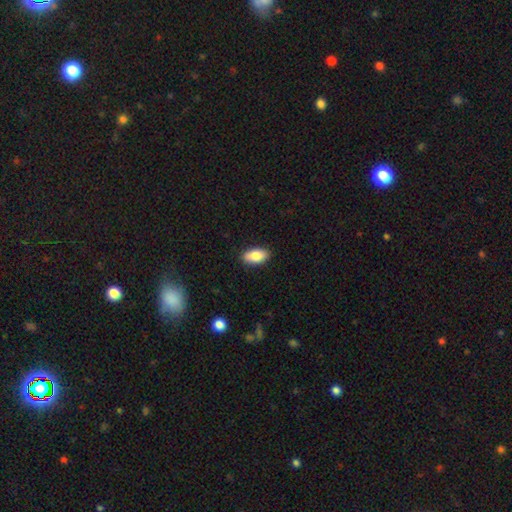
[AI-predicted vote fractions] Overall: smooth (85%). How rounded: in between (92%). Merging: none (89%).